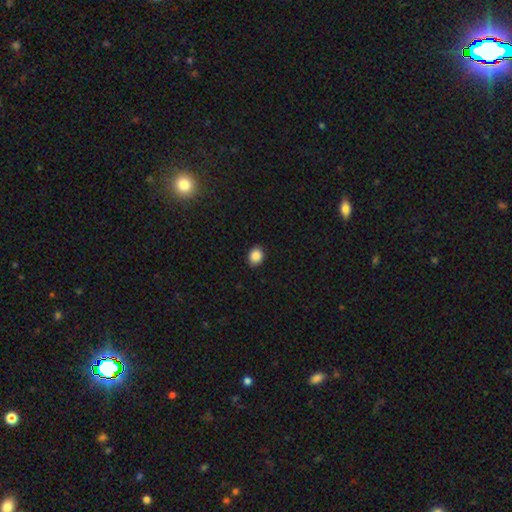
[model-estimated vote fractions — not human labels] Morphology: type=smooth (87%); roundness=round (53%); merging=none (89%).